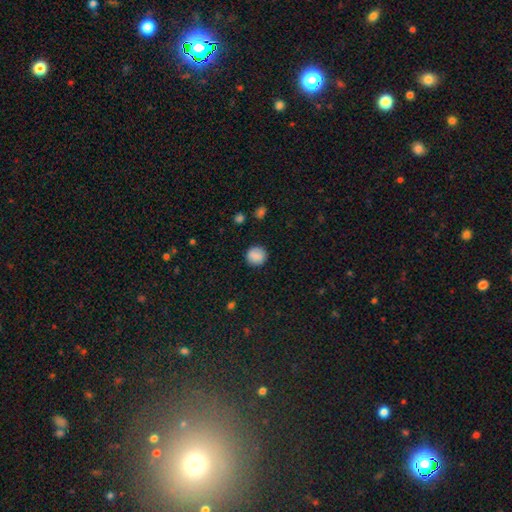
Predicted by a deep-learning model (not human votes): Q: Smooth or featured?
A: smooth (87%); runner-up: star or artifact (8%)
Q: How rounded?
A: round (91%); runner-up: in between (8%)
Q: Merging?
A: none (89%); runner-up: minor disturbance (7%)